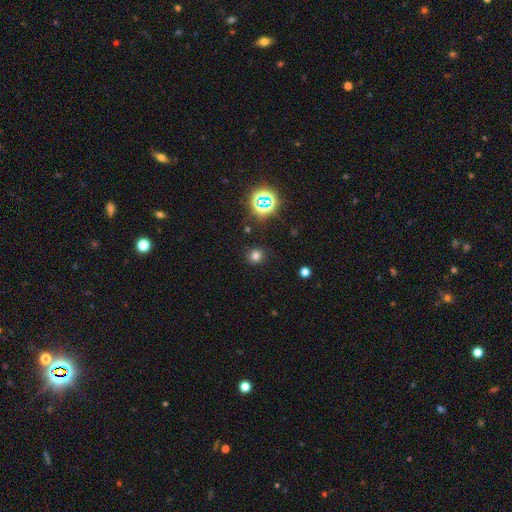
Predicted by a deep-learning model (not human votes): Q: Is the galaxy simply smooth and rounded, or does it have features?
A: smooth — 71%.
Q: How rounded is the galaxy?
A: round — 89%.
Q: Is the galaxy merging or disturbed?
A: none — 87%.